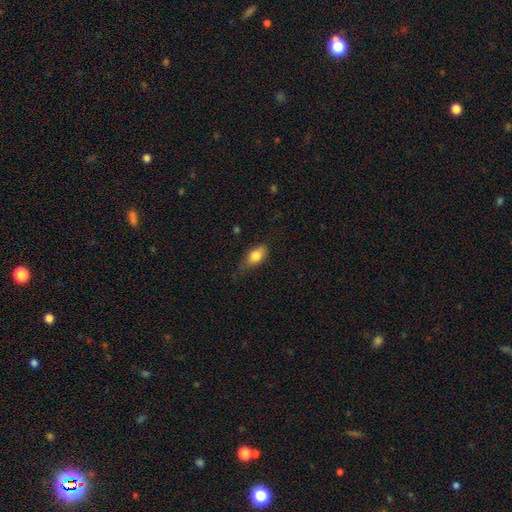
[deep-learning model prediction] Morphology: type=smooth (80%); roundness=in between (82%); merging=none (62%).